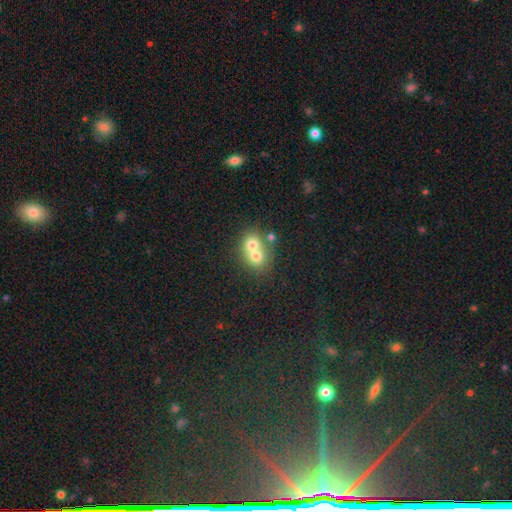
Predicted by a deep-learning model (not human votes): smooth-or-featured: smooth: 67% | featured or disk: 23% | star or artifact: 11%
  how-rounded: round: 70% | in between: 29% | cigar-shaped: 1%
  merging: merger: 70% | none: 23% | minor disturbance: 5% | major disturbance: 2%